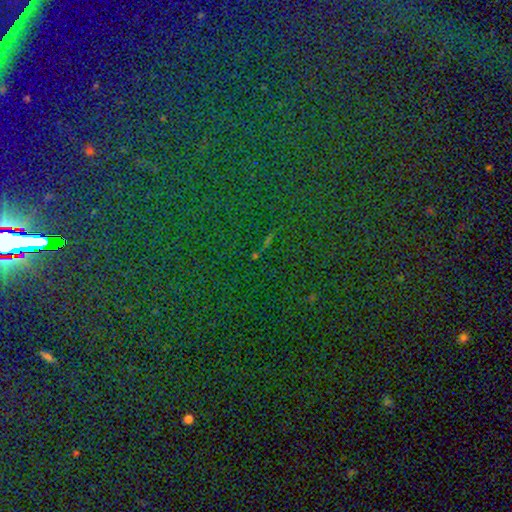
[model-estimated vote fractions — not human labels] Overall: star or artifact (72%).